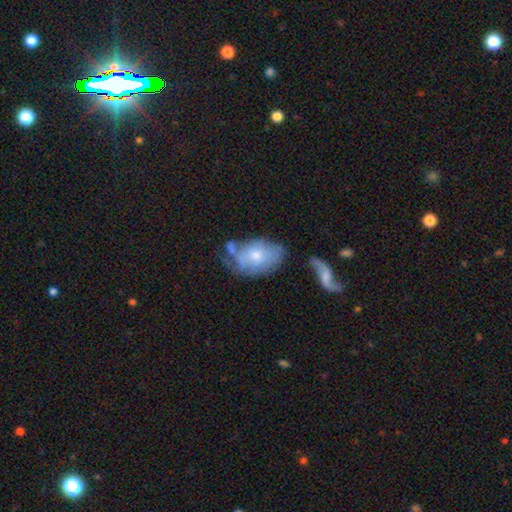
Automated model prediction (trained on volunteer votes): Smooth or featured? Predicted: smooth (p=0.52). How rounded? Predicted: in between (p=0.87). Merging? Predicted: none (p=0.39).